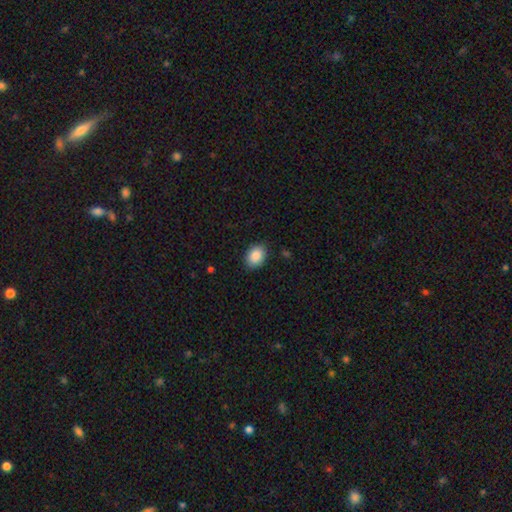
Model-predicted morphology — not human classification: A smooth galaxy with no disk features (88%) that is in between round and cigar-shaped (67%).

Vote fractions:
- Smooth or featured? smooth: 88% / star or artifact: 8% / featured or disk: 4%
- How rounded? in between: 67% / round: 32% / cigar-shaped: 1%
- Merging? none: 86% / minor disturbance: 11% / major disturbance: 2% / merger: 1%